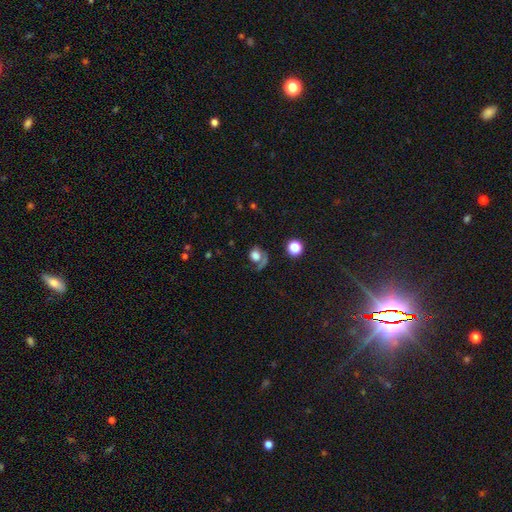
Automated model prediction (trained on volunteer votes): Overall: smooth (59%; featured or disk 25%). How rounded: round (66%; in between 32%). Merging: none (46%; major disturbance 27%).